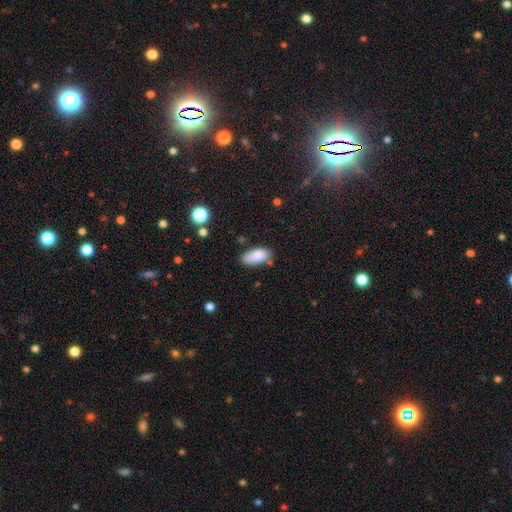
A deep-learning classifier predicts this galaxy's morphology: smooth-or-featured: smooth: 84% | featured or disk: 8% | star or artifact: 8%
  how-rounded: in between: 90% | cigar-shaped: 7% | round: 3%
  merging: none: 69% | minor disturbance: 21% | merger: 5% | major disturbance: 4%